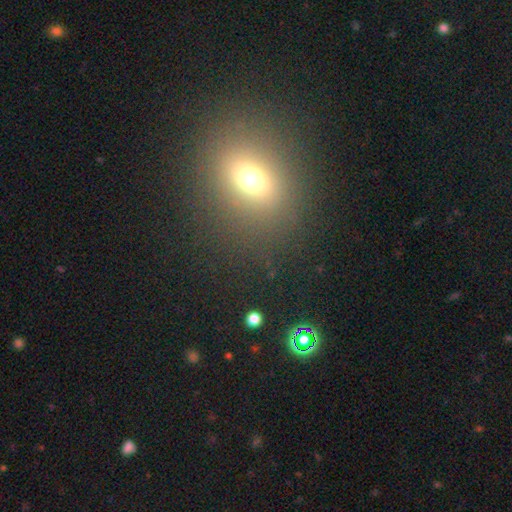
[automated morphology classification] Smooth or featured? Predicted: smooth (p=0.60). How rounded? Predicted: in between (p=0.49). Merging? Predicted: none (p=0.87).